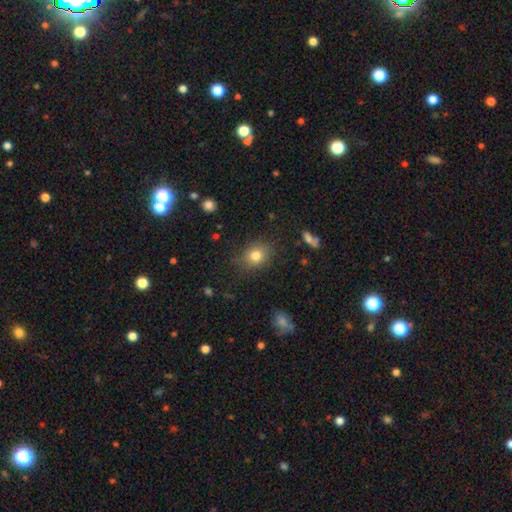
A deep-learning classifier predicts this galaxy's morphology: smooth-or-featured: smooth: 80% | star or artifact: 12% | featured or disk: 8%
  how-rounded: round: 64% | in between: 34% | cigar-shaped: 1%
  merging: none: 81% | minor disturbance: 14% | major disturbance: 4% | merger: 2%